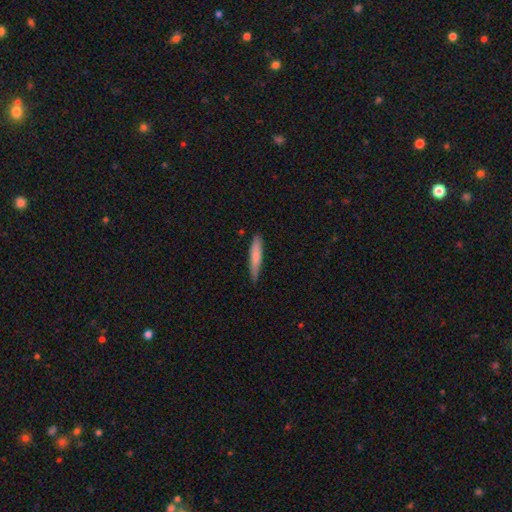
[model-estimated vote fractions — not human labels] smooth-or-featured: smooth: 74% | featured or disk: 21% | star or artifact: 5%
  how-rounded: cigar-shaped: 88% | in between: 10% | round: 1%
  merging: none: 75% | minor disturbance: 20% | major disturbance: 3% | merger: 2%